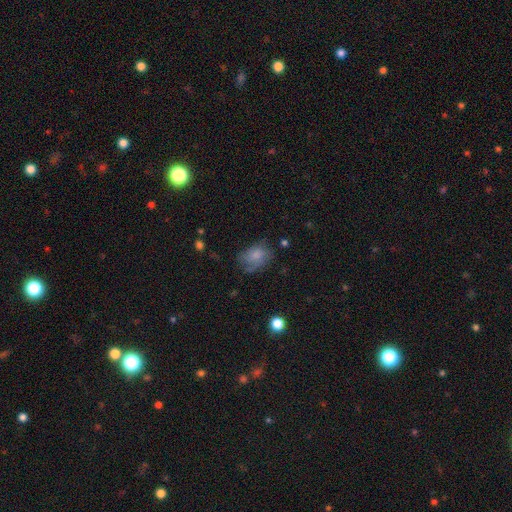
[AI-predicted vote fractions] The model was most divided on "merging": none: 48%, minor disturbance: 30%, major disturbance: 20%, merger: 2%. More confident: how rounded — in between (71%); smooth or featured — smooth (66%).